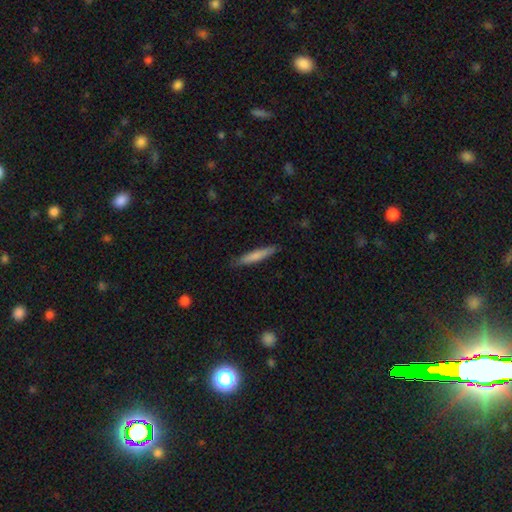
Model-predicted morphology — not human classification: Smooth or featured? Predicted: smooth (p=0.76). How rounded? Predicted: cigar-shaped (p=0.92). Merging? Predicted: none (p=0.86).